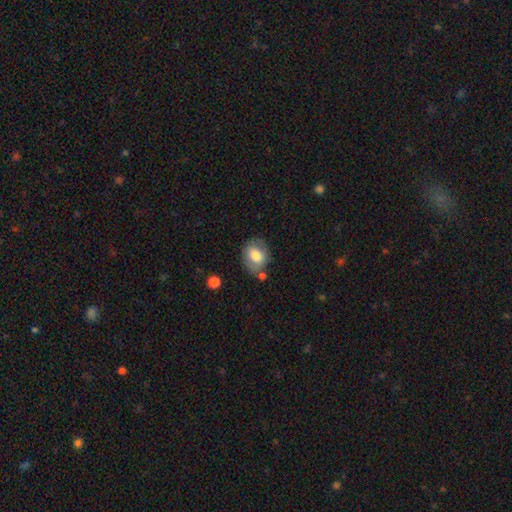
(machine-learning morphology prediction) Smooth or featured: smooth — 71% (featured or disk — 21%)
How rounded: in between — 58% (round — 41%)
Merging: none — 66% (minor disturbance — 20%)